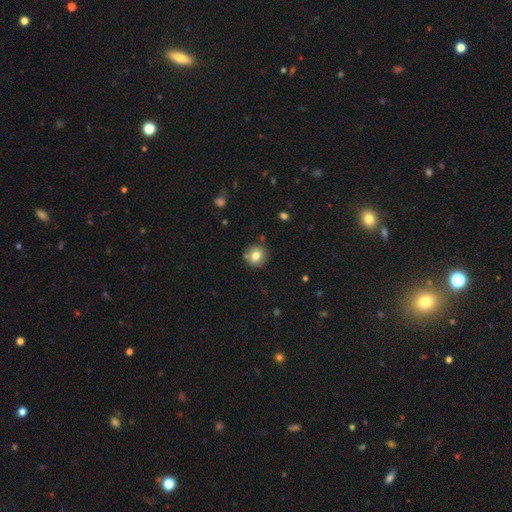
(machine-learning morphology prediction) Overall: smooth (78%). How rounded: round (88%). Merging: none (79%).